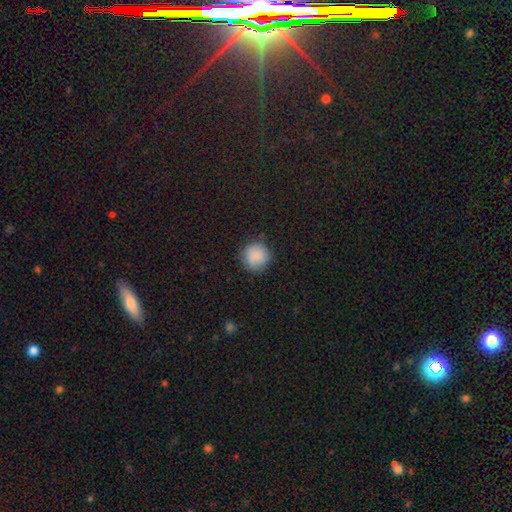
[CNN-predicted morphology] This is clearly a smooth galaxy (88%). How rounded: clearly round (93%). Merging: clearly none (85%).